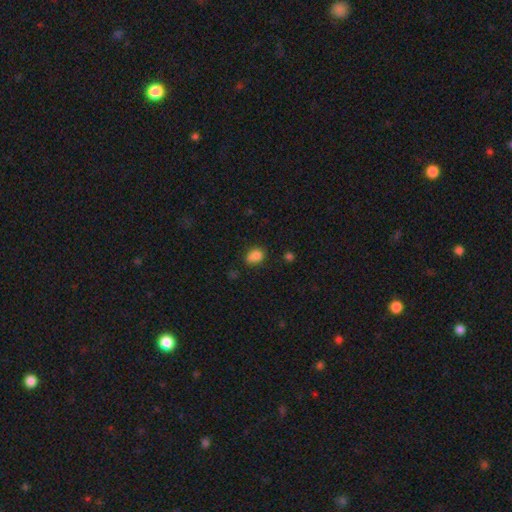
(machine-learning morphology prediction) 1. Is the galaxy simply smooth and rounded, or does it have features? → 80% smooth, 11% star or artifact, 9% featured or disk.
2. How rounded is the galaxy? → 56% in between, 43% round, 1% cigar-shaped.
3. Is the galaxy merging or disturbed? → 52% none, 25% minor disturbance, 16% merger, 7% major disturbance.